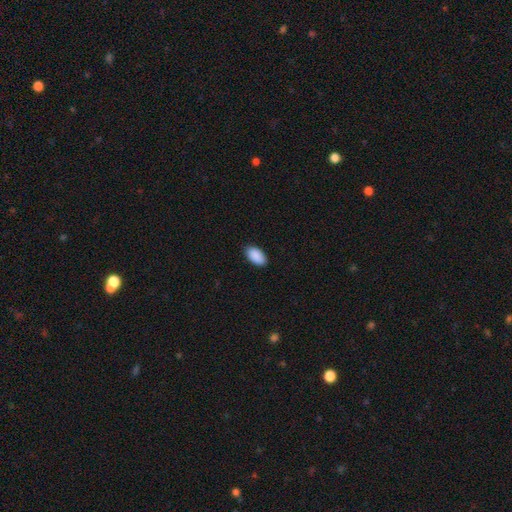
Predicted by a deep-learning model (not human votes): smooth-or-featured: smooth: 91% | star or artifact: 6% | featured or disk: 3%
  how-rounded: in between: 95% | round: 3% | cigar-shaped: 2%
  merging: none: 87% | minor disturbance: 10% | major disturbance: 2% | merger: 1%